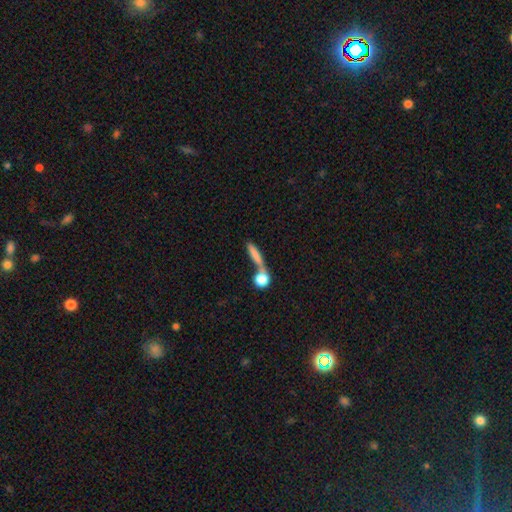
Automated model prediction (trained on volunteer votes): Overall: smooth (73%). How rounded: cigar-shaped (54%; in between 26%). Merging: none (45%; merger 34%).